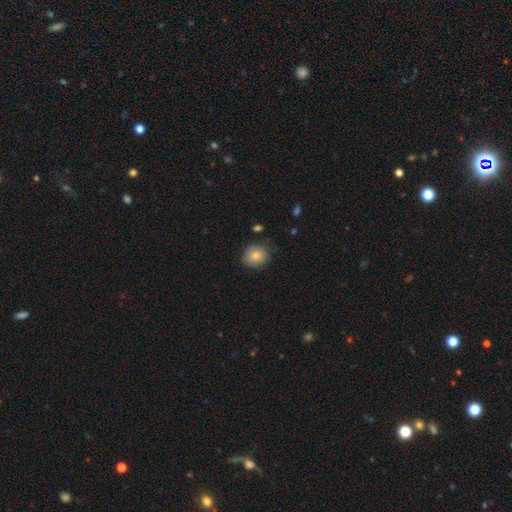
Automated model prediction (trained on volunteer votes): Smooth or featured? smooth (82%)
How rounded? round (71%)
Merging? none (78%)